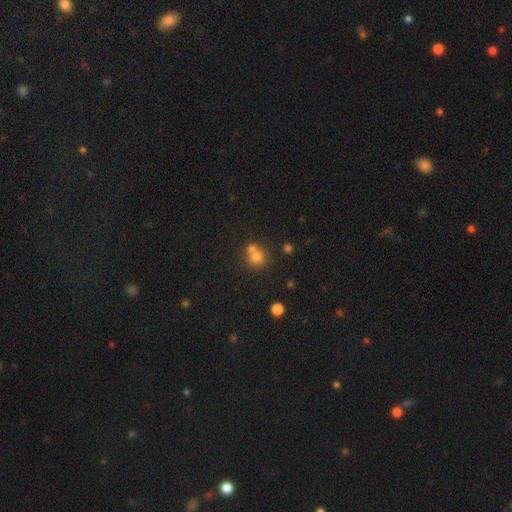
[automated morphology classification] A smooth galaxy with no disk features (74%) that is round (84%).

Vote fractions:
- Smooth or featured? smooth: 74% / star or artifact: 14% / featured or disk: 12%
- How rounded? round: 84% / in between: 15% / cigar-shaped: 1%
- Merging? merger: 47% / none: 42% / minor disturbance: 8% / major disturbance: 3%